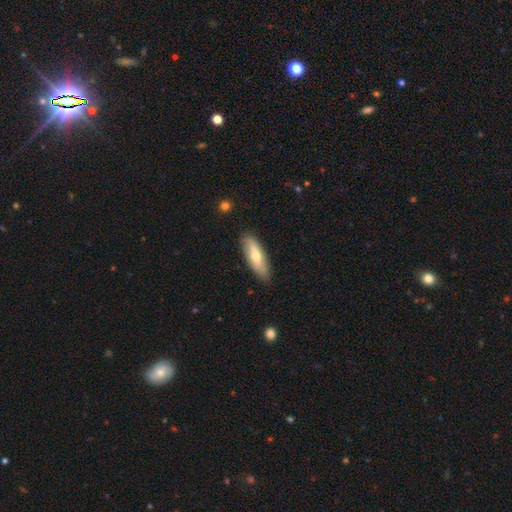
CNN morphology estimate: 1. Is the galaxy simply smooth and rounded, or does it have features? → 57% smooth, 37% featured or disk, 6% star or artifact.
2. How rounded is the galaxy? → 56% in between, 41% cigar-shaped, 2% round.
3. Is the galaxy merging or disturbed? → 84% none, 12% minor disturbance, 2% major disturbance, 1% merger.